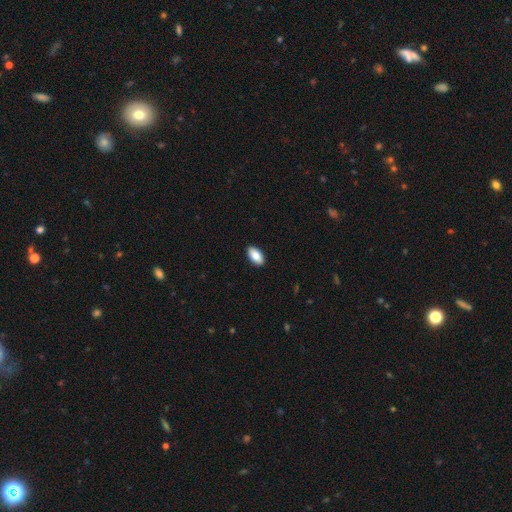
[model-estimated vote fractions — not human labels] smooth_or_featured: smooth (p=0.85) [alt: featured or disk p=0.08]
how_rounded: in between (p=0.94) [alt: cigar-shaped p=0.03]
merging: none (p=0.91) [alt: minor disturbance p=0.07]